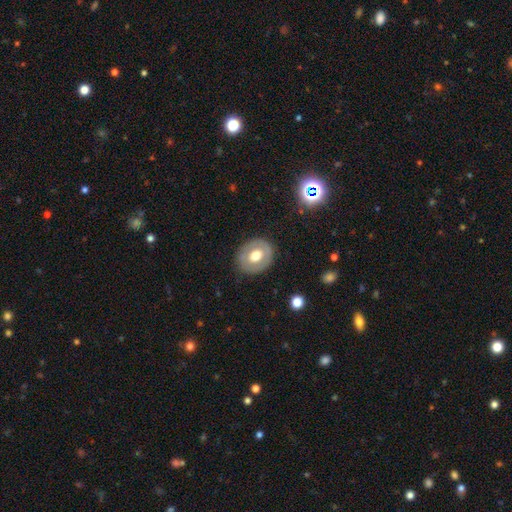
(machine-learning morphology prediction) Smooth or featured?
  - smooth: 53% *
  - featured or disk: 41%
  - star or artifact: 7%
How rounded?
  - round: 65% *
  - in between: 34%
  - cigar-shaped: 1%
Merging?
  - none: 85% *
  - minor disturbance: 10%
  - major disturbance: 4%
  - merger: 1%